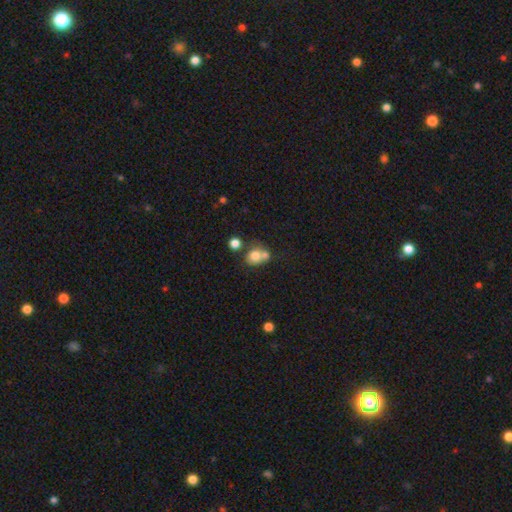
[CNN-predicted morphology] smooth_or_featured: smooth (p=0.74) [alt: featured or disk p=0.15]
how_rounded: round (p=0.70) [alt: in between p=0.29]
merging: merger (p=0.48) [alt: none p=0.37]